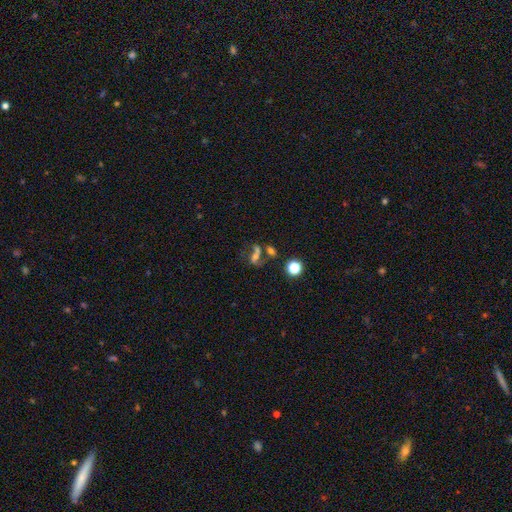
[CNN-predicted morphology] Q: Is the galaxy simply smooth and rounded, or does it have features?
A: featured or disk — 43%.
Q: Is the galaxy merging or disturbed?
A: merger — 47%.